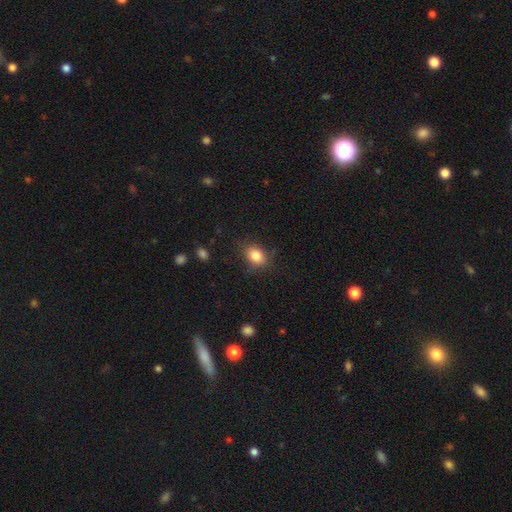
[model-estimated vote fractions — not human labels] A smooth galaxy with no disk features (84%) that is in between round and cigar-shaped (65%). Merging: none (79%).